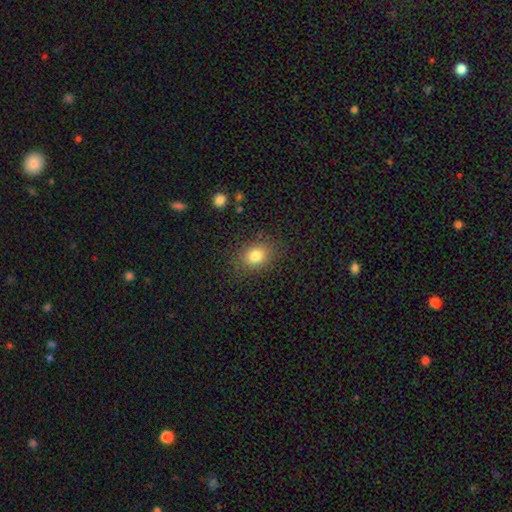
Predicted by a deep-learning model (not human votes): smooth_or_featured: smooth (p=0.82) [alt: star or artifact p=0.11]
how_rounded: in between (p=0.59) [alt: round p=0.40]
merging: none (p=0.84) [alt: minor disturbance p=0.11]